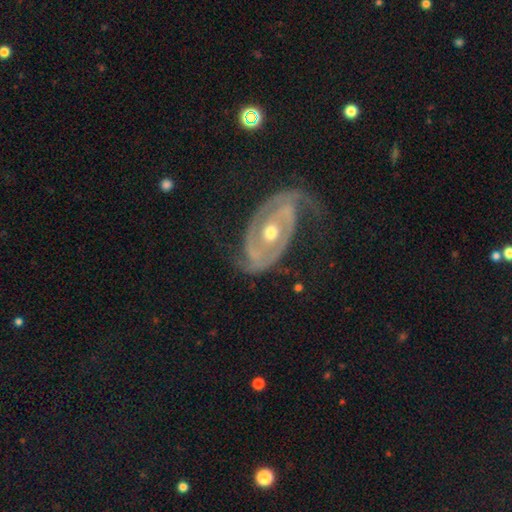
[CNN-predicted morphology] A featured or disk galaxy (91%) with no bar (63%), 2 (88%) tight (45%) spiral arms (97%) and a moderate central bulge (70%). Merging: none (67%).